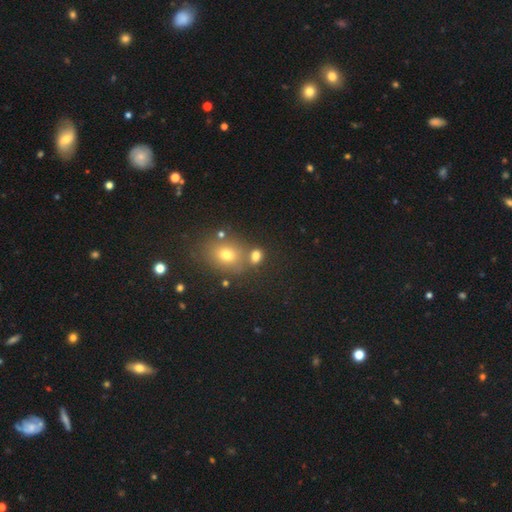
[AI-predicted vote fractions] The model was most divided on "how rounded": in between: 60%, round: 37%, cigar-shaped: 2%. More confident: smooth or featured — smooth (74%); merging — none (57%).